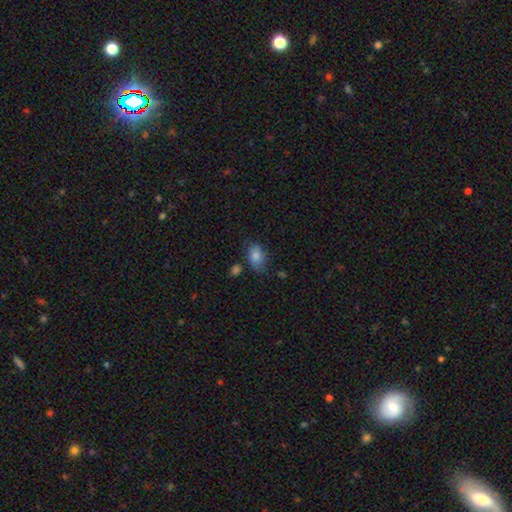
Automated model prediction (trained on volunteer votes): smooth_or_featured: smooth (p=0.81) [alt: star or artifact p=0.10]
how_rounded: in between (p=0.85) [alt: round p=0.14]
merging: none (p=0.68) [alt: minor disturbance p=0.21]